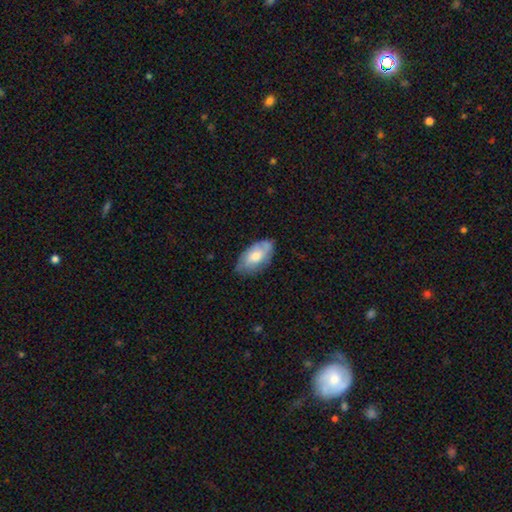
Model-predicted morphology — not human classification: smooth-or-featured: smooth: 61% | featured or disk: 33% | star or artifact: 6%
  how-rounded: in between: 93% | round: 3% | cigar-shaped: 3%
  merging: none: 70% | minor disturbance: 24% | major disturbance: 4% | merger: 1%